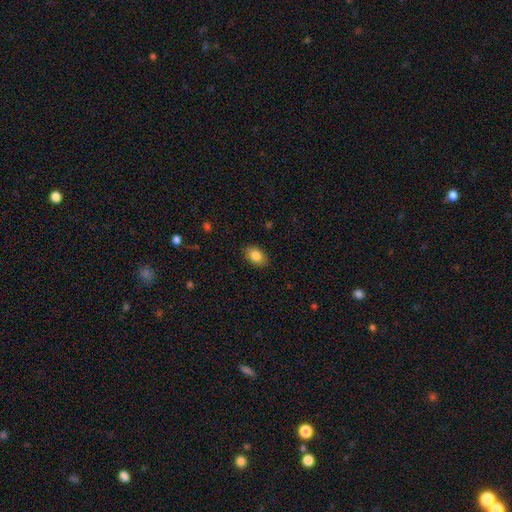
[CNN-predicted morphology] Overall: smooth (84%). How rounded: in between (87%). Merging: none (88%).